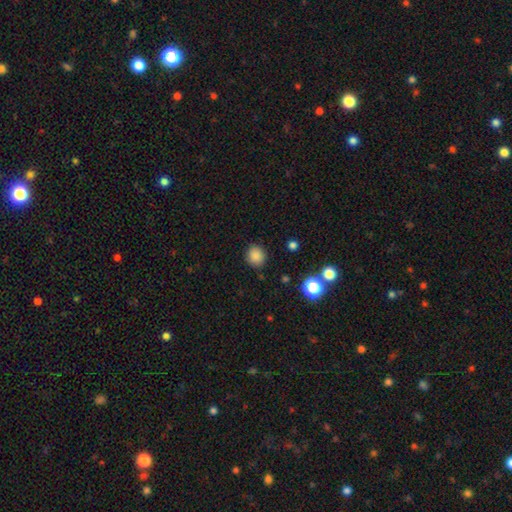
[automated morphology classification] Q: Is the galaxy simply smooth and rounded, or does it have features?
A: smooth — 85%.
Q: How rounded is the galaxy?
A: round — 83%.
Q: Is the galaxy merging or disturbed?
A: none — 87%.